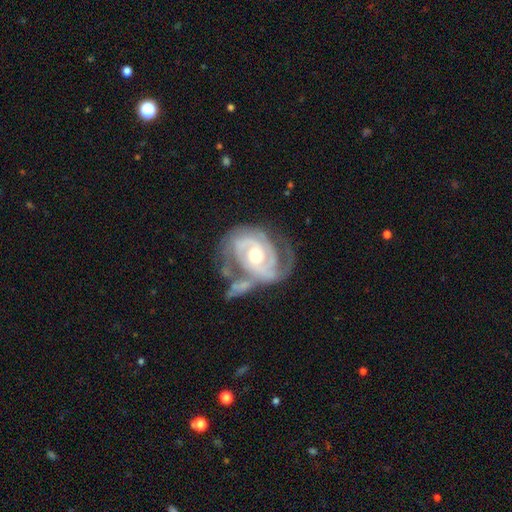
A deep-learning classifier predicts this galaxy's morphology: Smooth or featured: featured or disk — 88% (smooth — 7%)
Edge-on disk: no — 97% (yes — 3%)
Bar: no — 61% (weak — 29%)
Spiral arms: yes — 94% (no — 6%)
Spiral winding: tight — 59% (medium — 31%)
Spiral arm count: 2 — 54% (can't tell — 19%)
Bulge size: moderate — 72% (small — 20%)
Merging: none — 41% (minor disturbance — 22%)